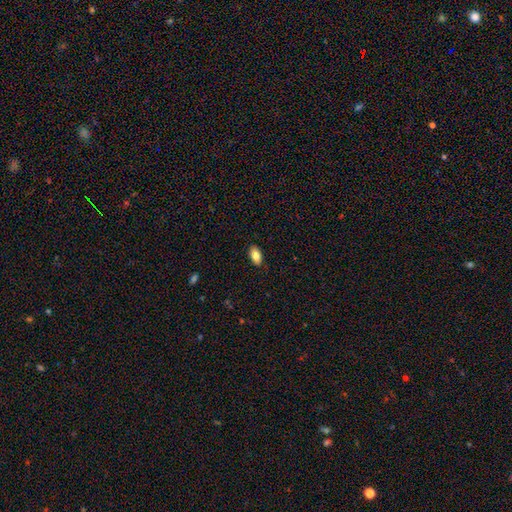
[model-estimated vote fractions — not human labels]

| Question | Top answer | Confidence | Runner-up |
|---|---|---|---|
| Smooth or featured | smooth | 82% | featured or disk (11%) |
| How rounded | in between | 92% | round (4%) |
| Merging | none | 88% | minor disturbance (10%) |